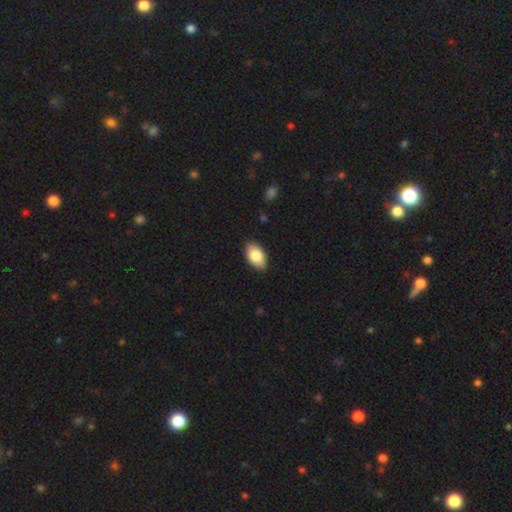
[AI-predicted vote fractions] Smooth or featured? Predicted: smooth (p=0.82). How rounded? Predicted: in between (p=0.94). Merging? Predicted: none (p=0.87).